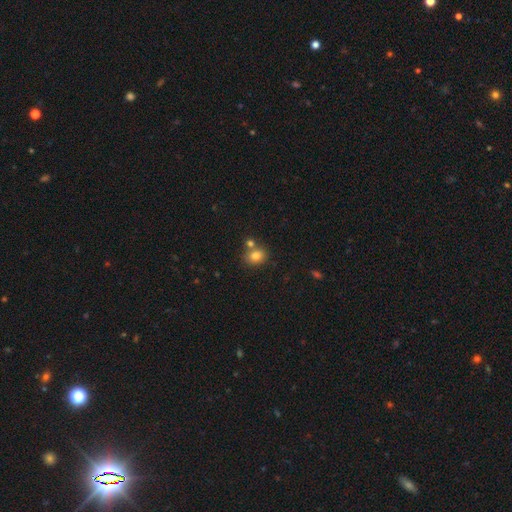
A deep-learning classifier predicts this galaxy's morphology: Q: Smooth or featured?
A: smooth (80%); runner-up: star or artifact (11%)
Q: How rounded?
A: round (58%); runner-up: in between (41%)
Q: Merging?
A: none (63%); runner-up: merger (23%)